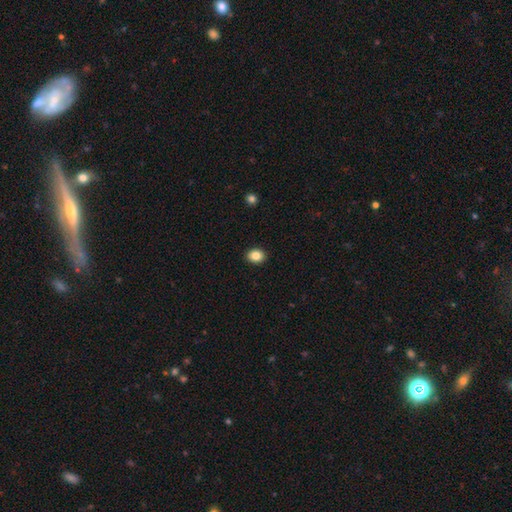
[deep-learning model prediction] smooth 85%, star or artifact 9%, featured or disk 6%. Down the decision tree: how rounded — in between (50%); merging — none (91%).